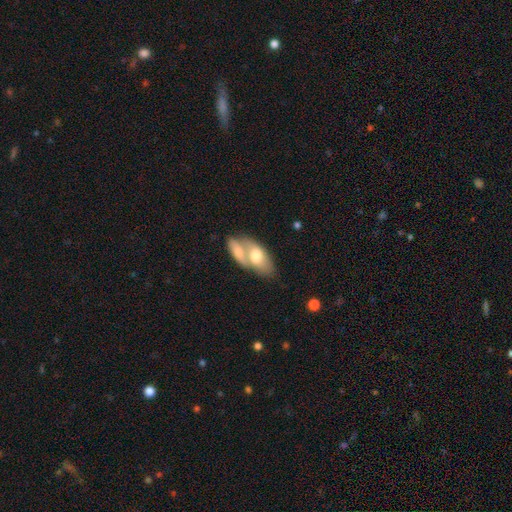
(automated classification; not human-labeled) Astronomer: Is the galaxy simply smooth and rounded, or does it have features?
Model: smooth — 64%.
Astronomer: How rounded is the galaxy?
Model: in between — 89%.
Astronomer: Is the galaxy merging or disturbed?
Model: merger — 69%.